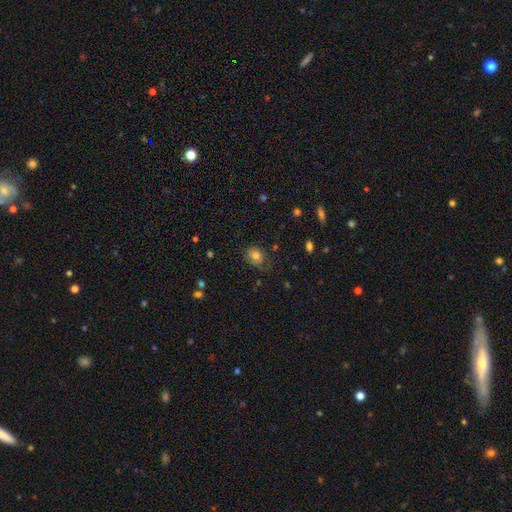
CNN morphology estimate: A smooth galaxy with no disk features (73%) that is round (52%).

Vote fractions:
- Smooth or featured? smooth: 73% / featured or disk: 15% / star or artifact: 12%
- How rounded? round: 52% / in between: 47% / cigar-shaped: 1%
- Merging? none: 69% / minor disturbance: 22% / major disturbance: 7% / merger: 2%